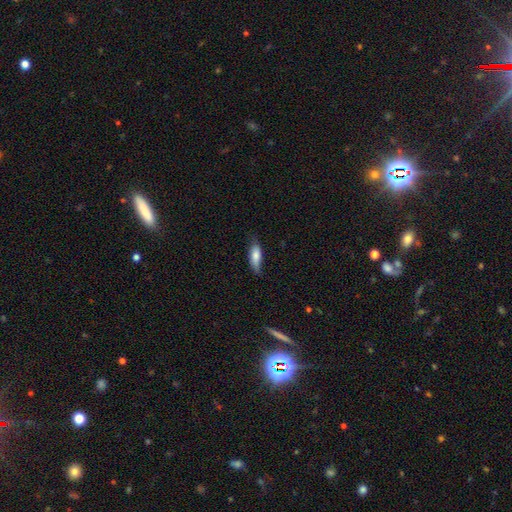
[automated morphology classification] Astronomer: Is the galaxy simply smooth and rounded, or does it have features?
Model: smooth — 77%.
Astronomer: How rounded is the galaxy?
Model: in between — 59% (runner-up: cigar-shaped, 39%).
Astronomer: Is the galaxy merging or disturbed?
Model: none — 66%.